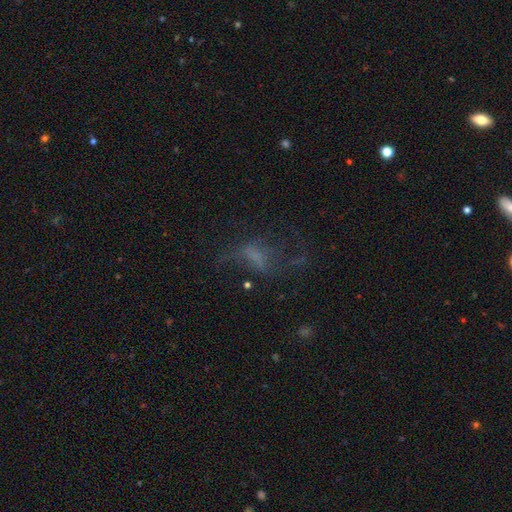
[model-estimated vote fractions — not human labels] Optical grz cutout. It shows a featured or disk galaxy (41%). Merging: major disturbance (41%).